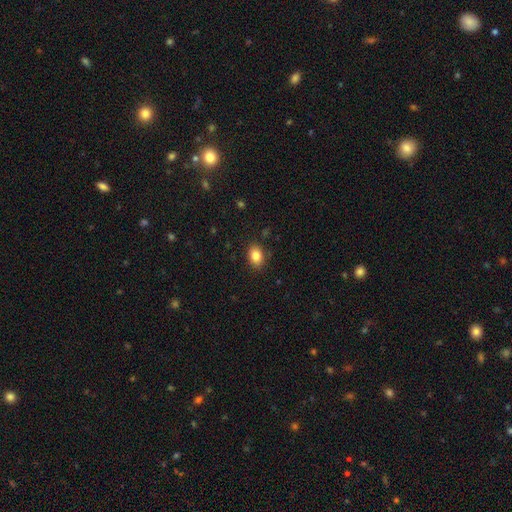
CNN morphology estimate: smooth 85%, star or artifact 9%, featured or disk 6%. Down the decision tree: how rounded — in between (75%); merging — none (87%).